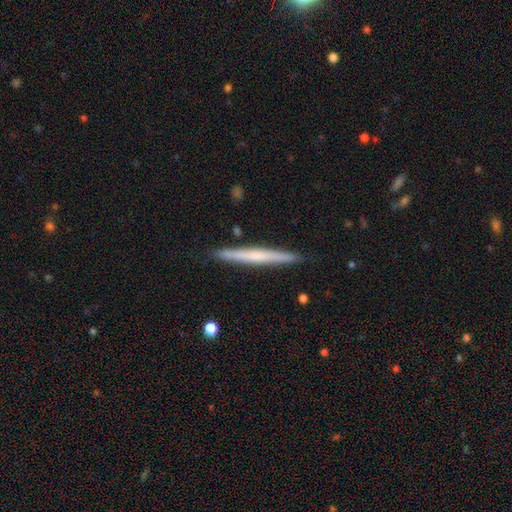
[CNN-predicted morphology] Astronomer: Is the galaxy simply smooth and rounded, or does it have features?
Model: featured or disk — 49% (runner-up: smooth, 46%).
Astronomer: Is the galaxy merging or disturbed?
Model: none — 90%.